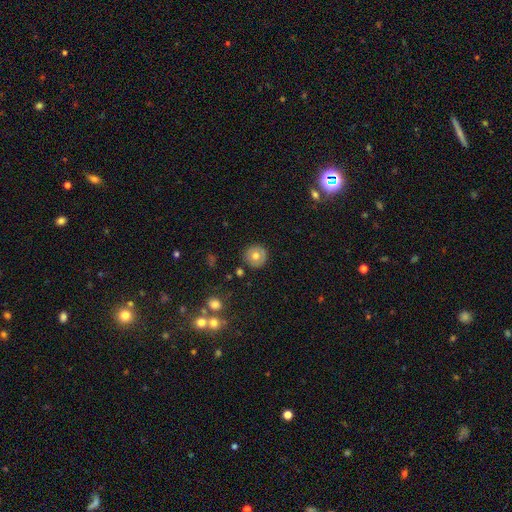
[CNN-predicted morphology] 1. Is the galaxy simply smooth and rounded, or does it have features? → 70% smooth, 21% featured or disk, 9% star or artifact.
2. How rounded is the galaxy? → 95% round, 4% in between, 1% cigar-shaped.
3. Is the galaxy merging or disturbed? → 88% none, 8% minor disturbance, 2% major disturbance, 2% merger.